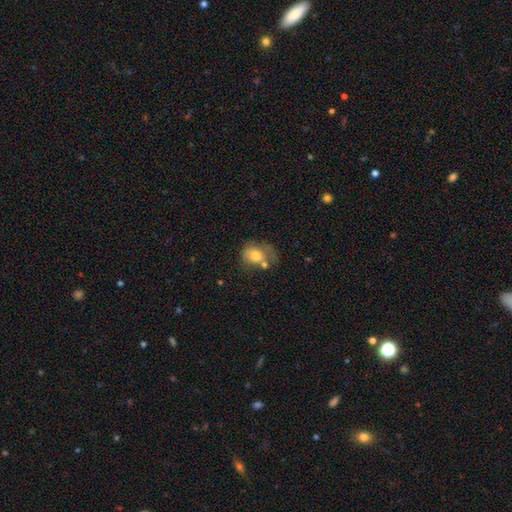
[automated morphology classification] This is likely a smooth galaxy (66%). How rounded: possibly in between (52%). Merging: marginally none (31%).